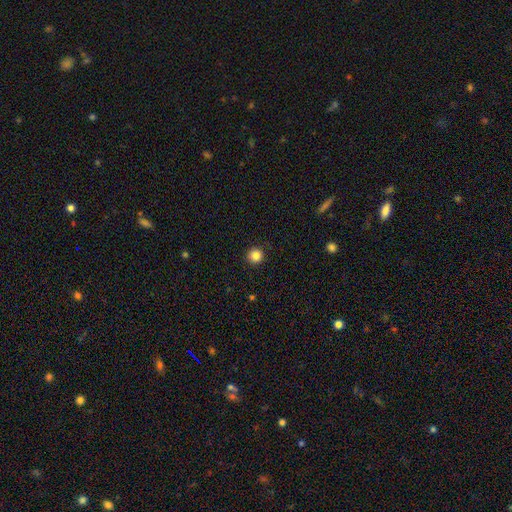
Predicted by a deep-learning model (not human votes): Overall: smooth (85%). How rounded: round (96%). Merging: none (92%).